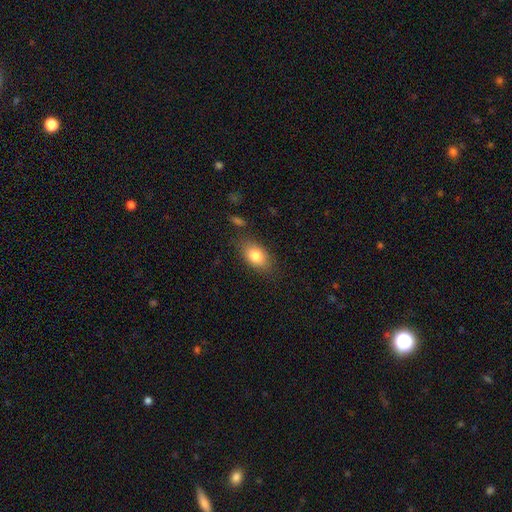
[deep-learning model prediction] Smooth or featured: smooth — 81% (featured or disk — 12%)
How rounded: in between — 87% (round — 10%)
Merging: none — 80% (minor disturbance — 14%)